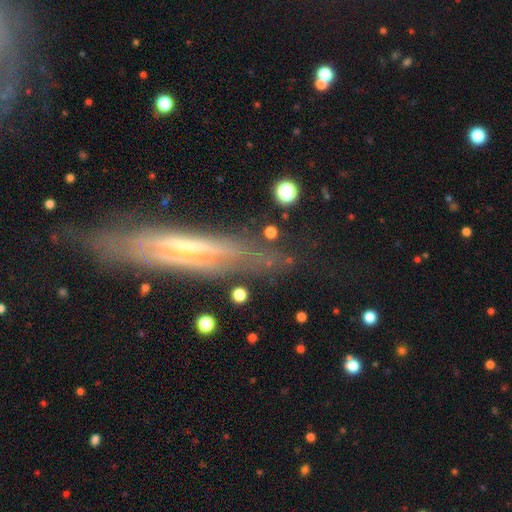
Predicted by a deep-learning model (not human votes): Overall: featured or disk (75%). Edge-on disk: yes (77%). Edge-on bulge: none (51%; rounded 39%). Merging: none (72%).